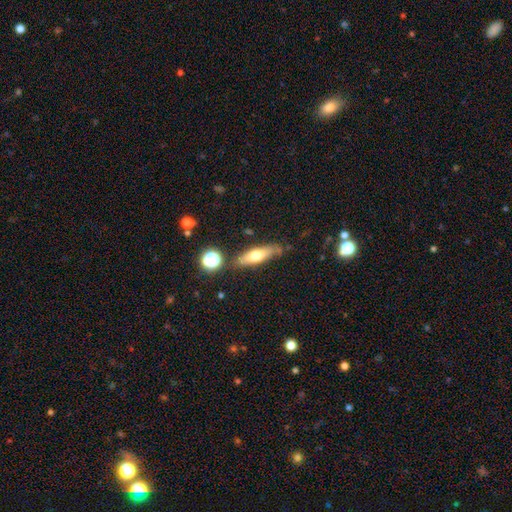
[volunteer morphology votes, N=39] A smooth galaxy with no disk features (59%) that is cigar-shaped (57%). Merging: none (66%).